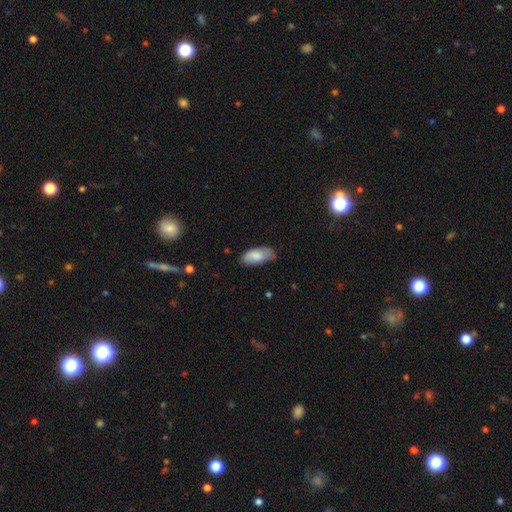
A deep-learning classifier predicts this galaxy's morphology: A smooth galaxy with no disk features (82%) that is in between round and cigar-shaped (89%). Merging: none (73%).